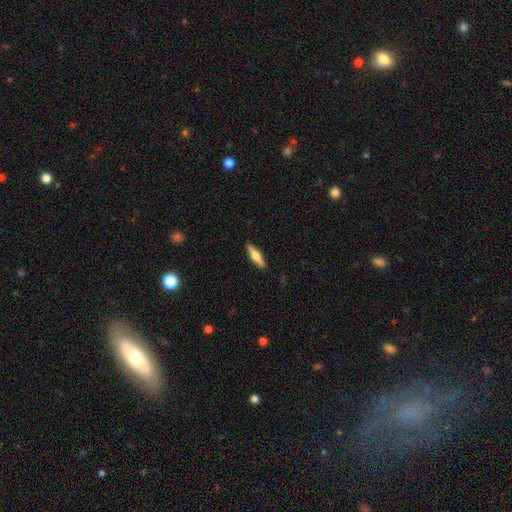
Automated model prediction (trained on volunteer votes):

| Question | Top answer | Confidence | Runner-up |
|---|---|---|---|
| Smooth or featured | featured or disk | 48% | smooth (47%) |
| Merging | none | 90% | minor disturbance (7%) |